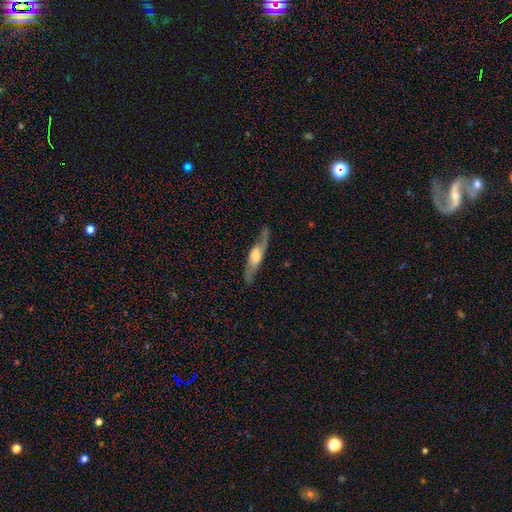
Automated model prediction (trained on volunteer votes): Smooth or featured? Predicted: featured or disk (p=0.68). Edge-on disk? Predicted: yes (p=0.60). Merging? Predicted: none (p=0.78).